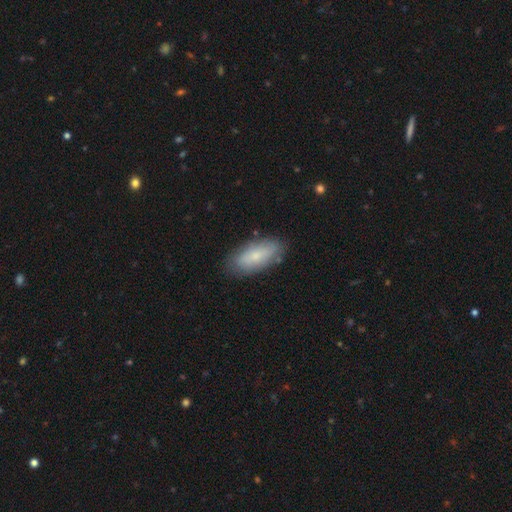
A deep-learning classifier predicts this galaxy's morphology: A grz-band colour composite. It shows a smooth galaxy with no disk features (73%) that is in between round and cigar-shaped (85%). Merging: none (81%).